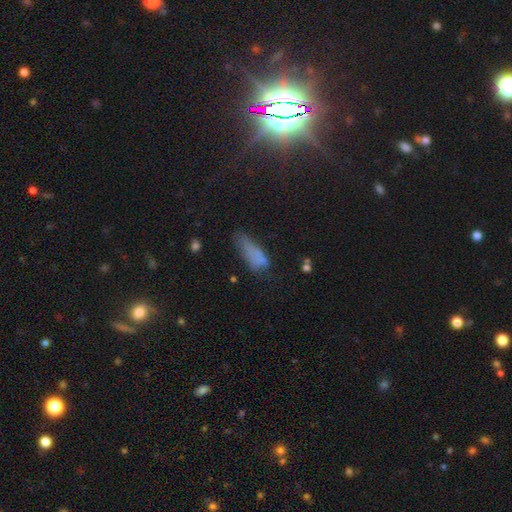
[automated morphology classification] Q: Smooth or featured?
A: smooth (67%); runner-up: featured or disk (18%)
Q: How rounded?
A: in between (55%); runner-up: cigar-shaped (42%)
Q: Merging?
A: none (36%); runner-up: minor disturbance (31%)